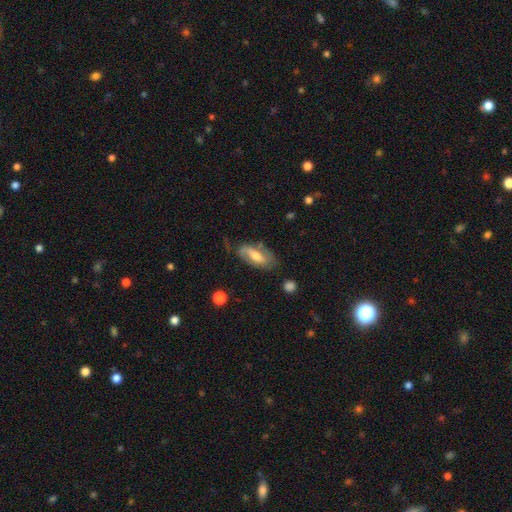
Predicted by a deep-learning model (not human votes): Smooth or featured? featured or disk (63%)
Edge-on disk? no (87%)
Bar? weak (40%)
Spiral arms? yes (82%)
Bulge size? moderate (62%)
Merging? none (64%)